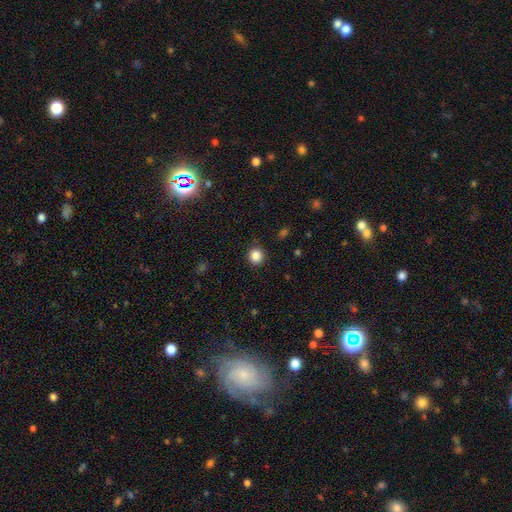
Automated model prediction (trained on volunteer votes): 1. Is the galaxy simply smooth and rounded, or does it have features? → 87% smooth, 10% star or artifact, 3% featured or disk.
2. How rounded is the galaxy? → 93% round, 6% in between, 1% cigar-shaped.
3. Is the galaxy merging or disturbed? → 90% none, 7% minor disturbance, 2% major disturbance, 1% merger.